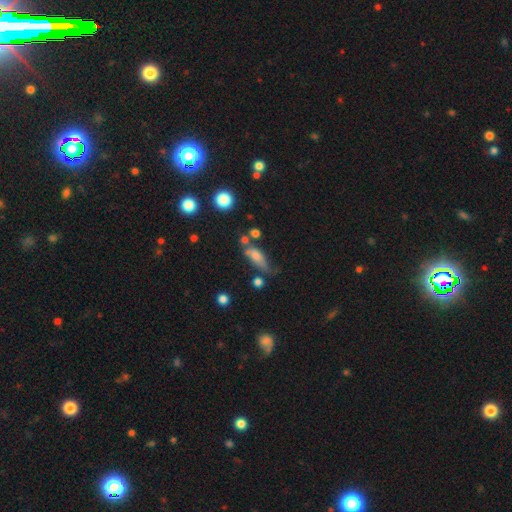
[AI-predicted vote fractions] Smooth or featured? smooth (57%)
How rounded? in between (61%)
Merging? none (50%)